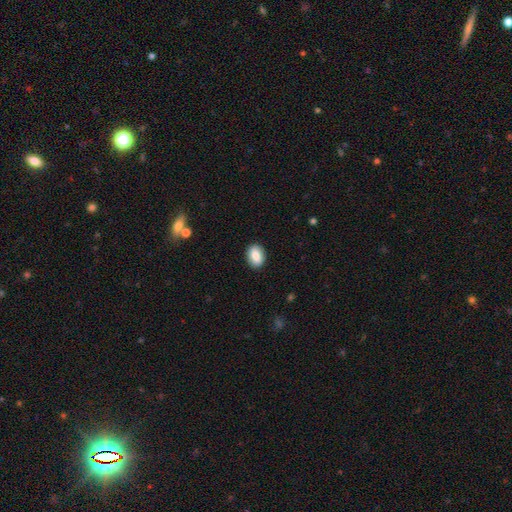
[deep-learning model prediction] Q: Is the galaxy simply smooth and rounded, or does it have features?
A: smooth — 83%.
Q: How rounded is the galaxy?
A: in between — 77%.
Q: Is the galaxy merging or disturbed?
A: none — 89%.